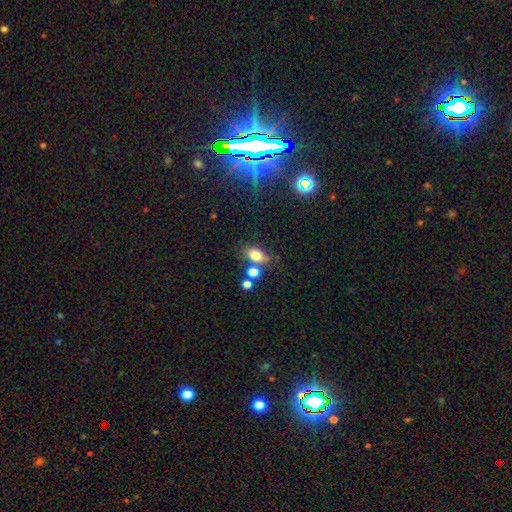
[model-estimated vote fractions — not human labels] Smooth or featured: smooth — 76% (star or artifact — 14%)
How rounded: in between — 78% (round — 19%)
Merging: none — 58% (merger — 18%)